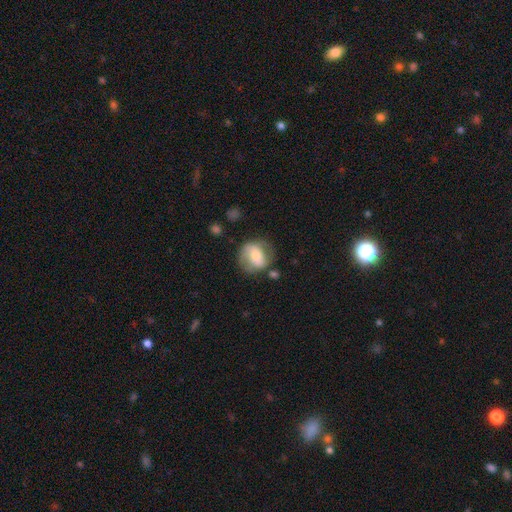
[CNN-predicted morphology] type=smooth (48%); merging=none (64%).